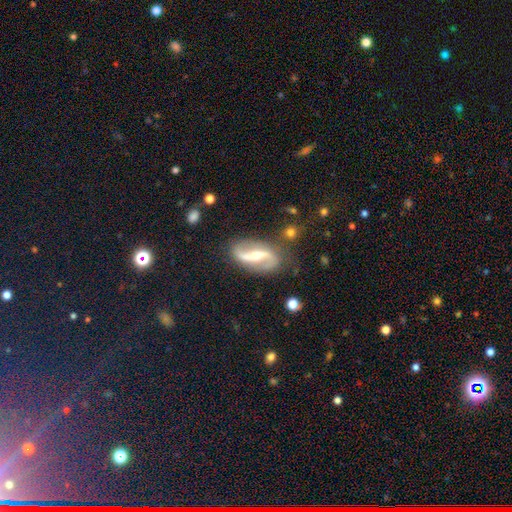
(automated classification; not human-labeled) Morphology: type=featured or disk (85%); edge-on=no (94%); bar=strong (57%); spiral arms=yes (93%); winding=loose (73%); arm count=2 (93%); bulge=moderate (54%); merging=none (78%).